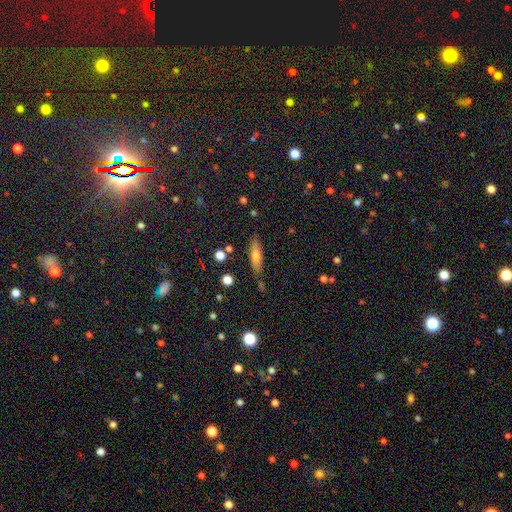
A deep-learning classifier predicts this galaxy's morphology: smooth-or-featured: smooth: 60% | featured or disk: 29% | star or artifact: 11%
  how-rounded: cigar-shaped: 70% | in between: 27% | round: 3%
  merging: none: 79% | minor disturbance: 14% | merger: 4% | major disturbance: 3%